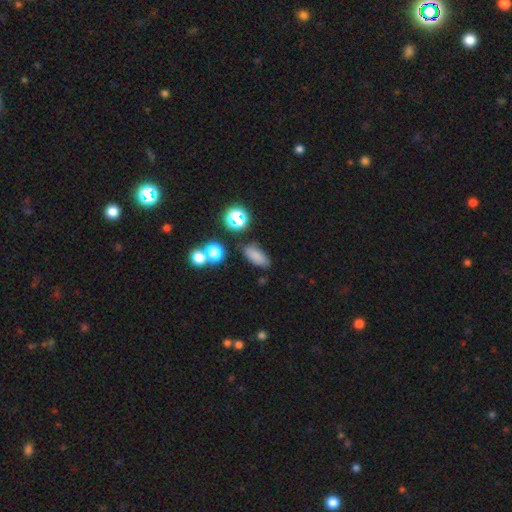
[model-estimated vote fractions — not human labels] The model was most divided on "how rounded": in between: 78%, cigar-shaped: 15%, round: 7%. More confident: merging — none (81%); smooth or featured — smooth (79%).